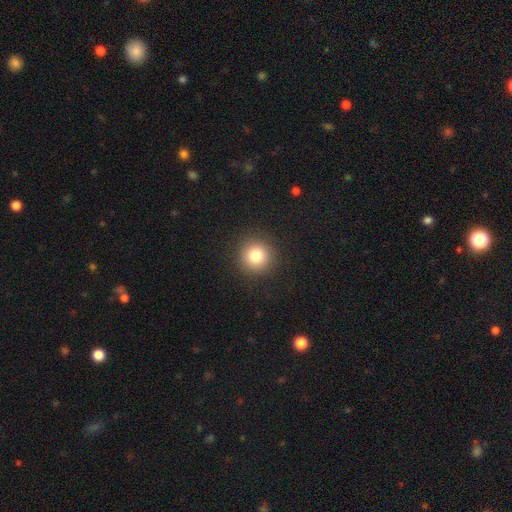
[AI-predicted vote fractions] Smooth or featured: smooth — 81% (star or artifact — 11%)
How rounded: round — 95% (in between — 4%)
Merging: none — 92% (minor disturbance — 5%)